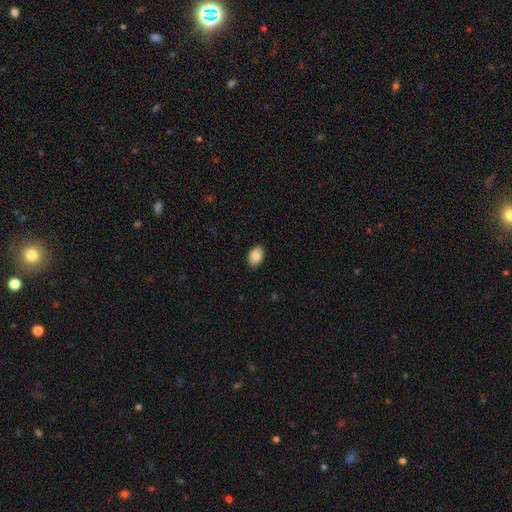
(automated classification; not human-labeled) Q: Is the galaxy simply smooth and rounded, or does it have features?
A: smooth — 88%.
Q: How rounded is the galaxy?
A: in between — 83%.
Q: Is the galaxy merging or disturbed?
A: none — 87%.